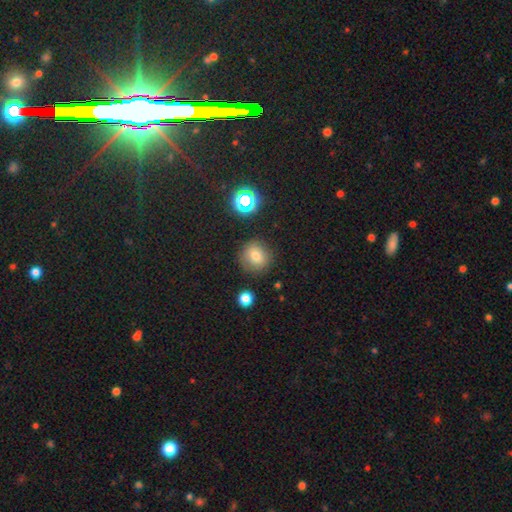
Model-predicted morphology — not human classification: A smooth galaxy with no disk features (75%) that is round (87%).

Vote fractions:
- Smooth or featured? smooth: 75% / star or artifact: 15% / featured or disk: 10%
- How rounded? round: 87% / in between: 12% / cigar-shaped: 1%
- Merging? none: 83% / minor disturbance: 10% / major disturbance: 3% / merger: 3%